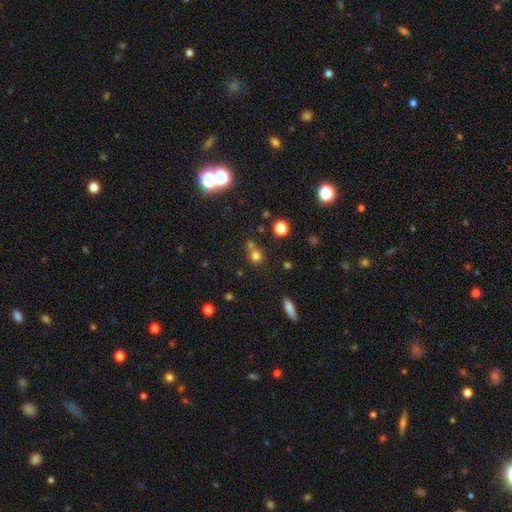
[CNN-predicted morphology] smooth 73%, star or artifact 18%, featured or disk 9%. Down the decision tree: how rounded — round (80%); merging — none (50%).